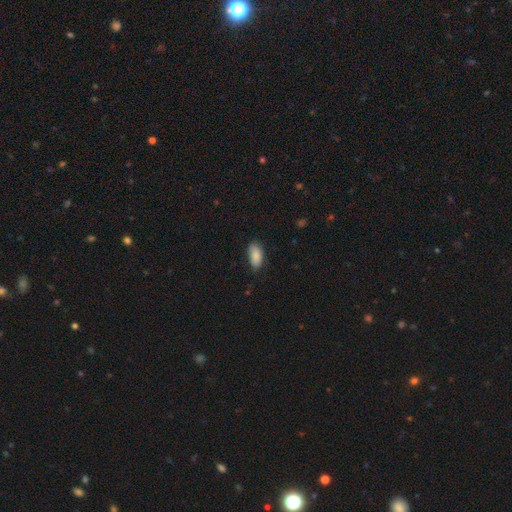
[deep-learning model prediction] A smooth galaxy with no disk features (87%) that is in between round and cigar-shaped (92%). Merging: none (79%).